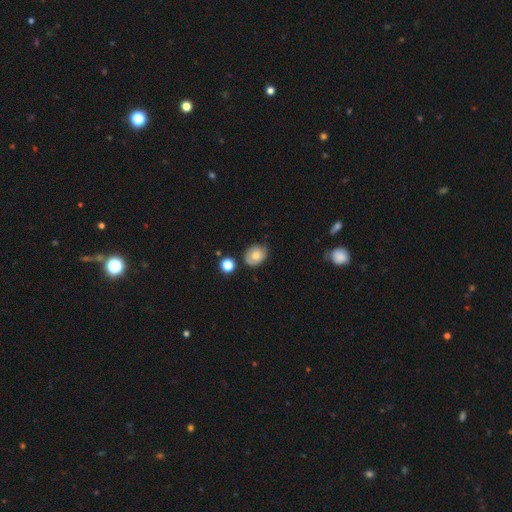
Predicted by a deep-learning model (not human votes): Smooth or featured?
  - smooth: 70% *
  - featured or disk: 20%
  - star or artifact: 10%
How rounded?
  - round: 61% *
  - in between: 38%
  - cigar-shaped: 1%
Merging?
  - none: 67% *
  - minor disturbance: 24%
  - major disturbance: 5%
  - merger: 4%